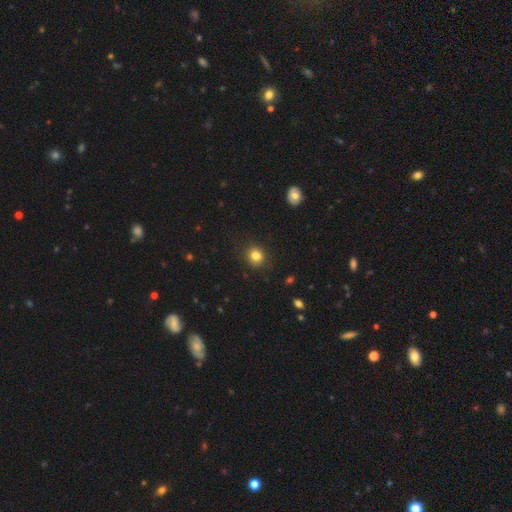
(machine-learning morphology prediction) Q: Smooth or featured?
A: smooth (84%); runner-up: star or artifact (11%)
Q: How rounded?
A: round (82%); runner-up: in between (18%)
Q: Merging?
A: none (87%); runner-up: minor disturbance (9%)